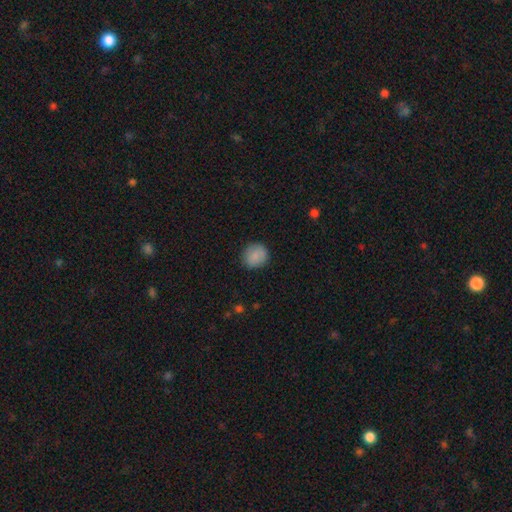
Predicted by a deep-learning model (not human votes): Overall: smooth (86%). How rounded: round (85%). Merging: none (85%).